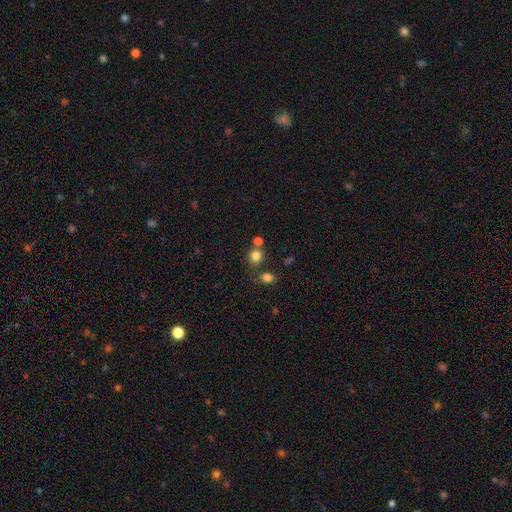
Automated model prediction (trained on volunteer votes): Smooth or featured: smooth — 81% (star or artifact — 13%)
How rounded: round — 80% (in between — 19%)
Merging: none — 63% (merger — 22%)